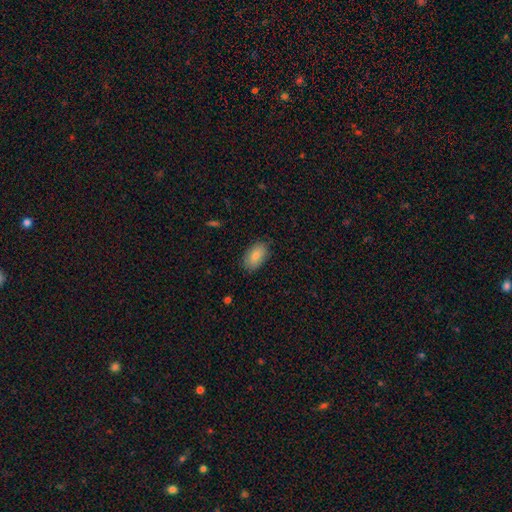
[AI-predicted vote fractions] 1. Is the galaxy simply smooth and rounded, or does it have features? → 85% smooth, 9% featured or disk, 7% star or artifact.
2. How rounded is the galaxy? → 92% in between, 6% round, 2% cigar-shaped.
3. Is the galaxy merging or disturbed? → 84% none, 12% minor disturbance, 3% major disturbance, 1% merger.